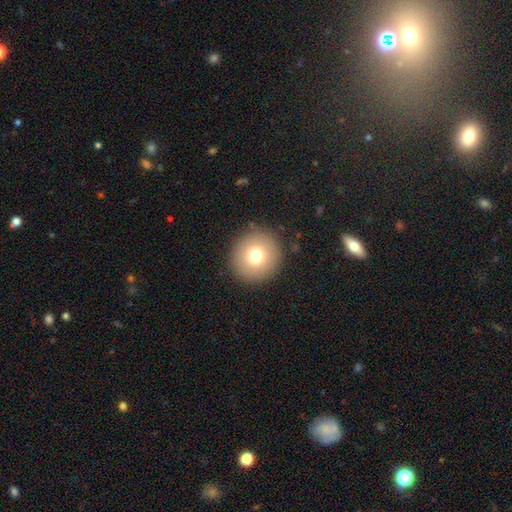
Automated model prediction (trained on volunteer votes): This is likely a smooth galaxy (74%). How rounded: clearly round (94%). Merging: clearly none (90%).